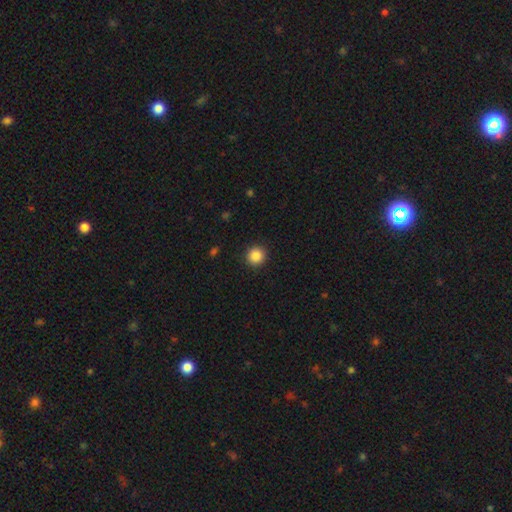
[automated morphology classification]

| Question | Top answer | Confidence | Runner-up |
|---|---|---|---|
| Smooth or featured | smooth | 86% | star or artifact (10%) |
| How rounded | round | 93% | in between (6%) |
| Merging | none | 92% | minor disturbance (5%) |